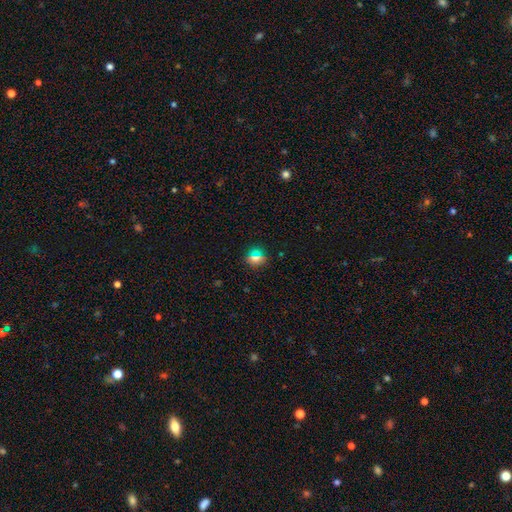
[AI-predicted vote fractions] Q: Smooth or featured?
A: smooth (68%); runner-up: star or artifact (23%)
Q: How rounded?
A: round (84%); runner-up: in between (14%)
Q: Merging?
A: none (88%); runner-up: minor disturbance (8%)